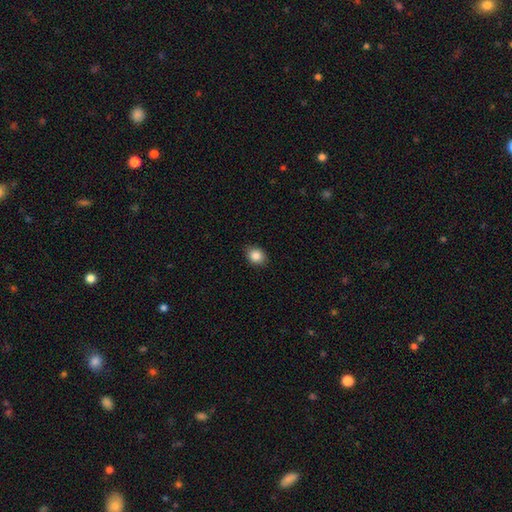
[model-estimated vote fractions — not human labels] This appears to be a smooth galaxy with no disk features (86%) that is round (53%). Merging: none (88%).